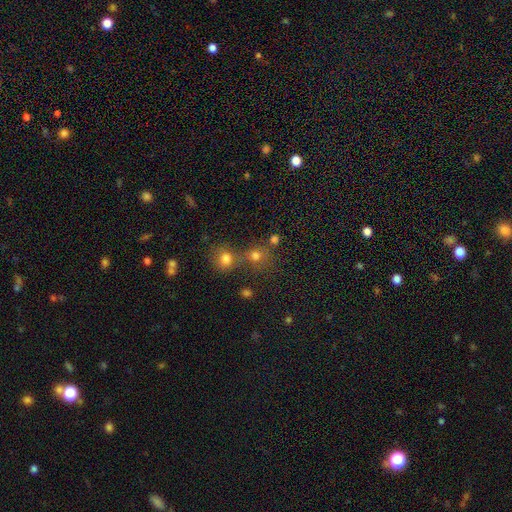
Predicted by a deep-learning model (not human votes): This is likely a smooth galaxy (74%). How rounded: clearly round (83%). Merging: possibly none (48%).